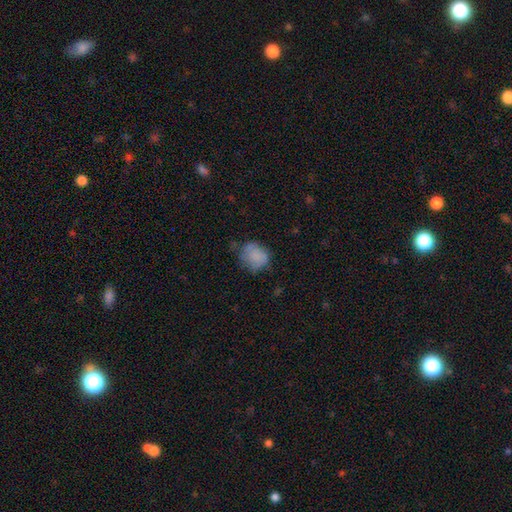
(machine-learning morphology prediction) type=smooth (75%); roundness=round (60%); merging=none (50%).